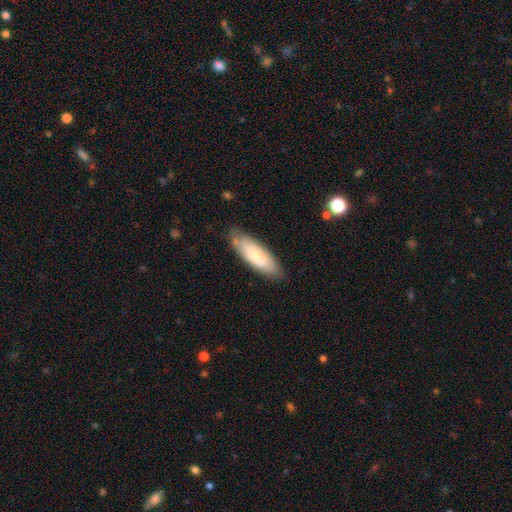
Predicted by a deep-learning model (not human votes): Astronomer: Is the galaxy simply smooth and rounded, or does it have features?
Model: smooth — 65%.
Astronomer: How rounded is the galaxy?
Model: in between — 63%.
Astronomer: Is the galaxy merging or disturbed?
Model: none — 76%.